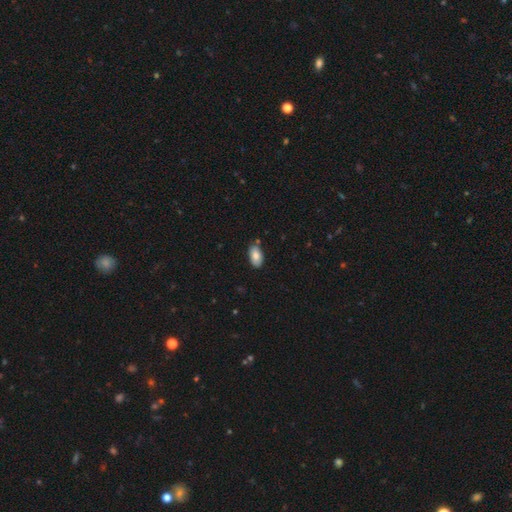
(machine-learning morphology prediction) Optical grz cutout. It shows a smooth galaxy with no disk features (83%) that is in between round and cigar-shaped (94%). Merging: none (78%).